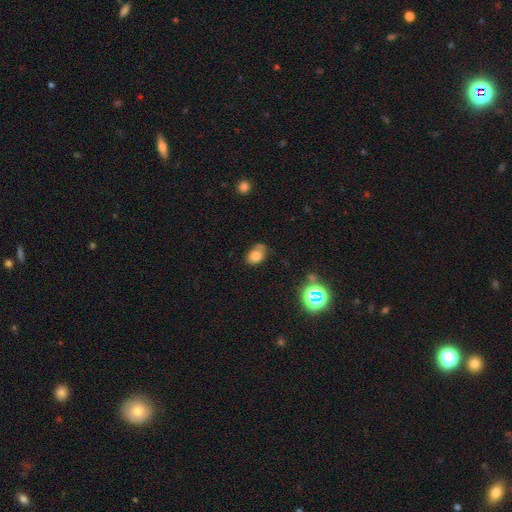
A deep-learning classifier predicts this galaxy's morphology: Q: Smooth or featured?
A: smooth (75%); runner-up: star or artifact (14%)
Q: How rounded?
A: in between (68%); runner-up: round (30%)
Q: Merging?
A: none (55%); runner-up: minor disturbance (26%)